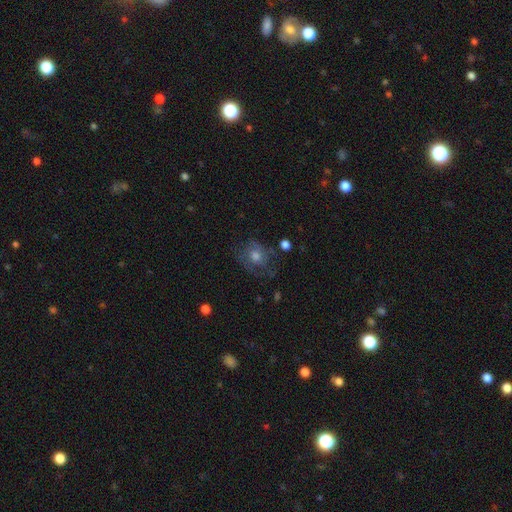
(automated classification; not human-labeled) Overall: featured or disk (51%; smooth 35%). Edge-on disk: no (96%). Merging: none (63%).